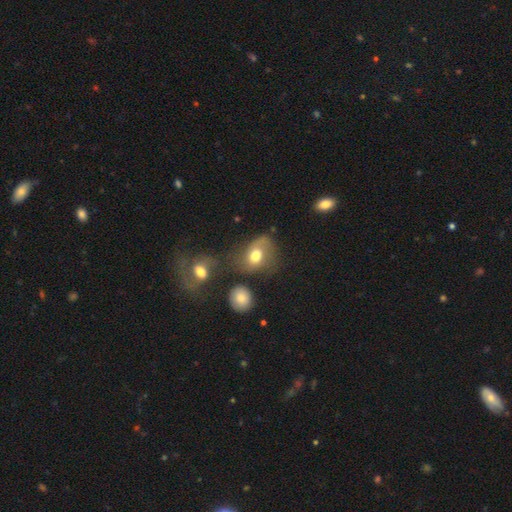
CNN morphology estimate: This appears to be a smooth galaxy with no disk features (63%) that is in between round and cigar-shaped (64%). Merging: none (39%).